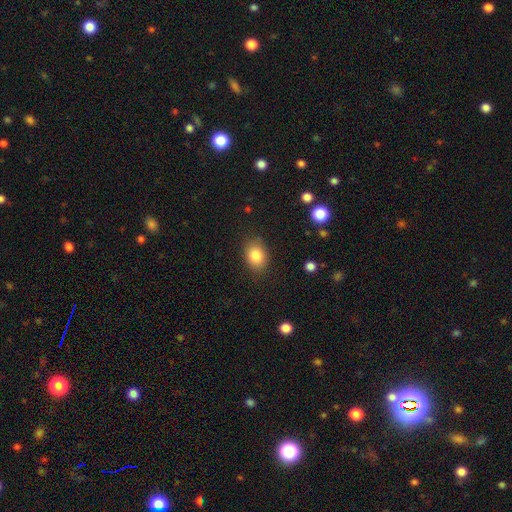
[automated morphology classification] Overall: smooth (83%). How rounded: in between (67%; round 32%). Merging: none (84%).